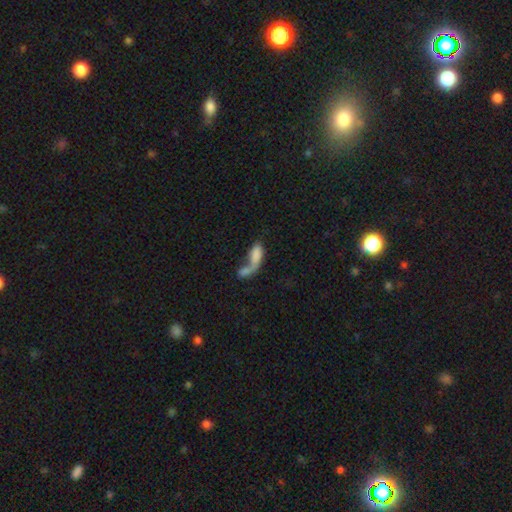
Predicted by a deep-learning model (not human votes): Smooth or featured?
  - smooth: 71% *
  - featured or disk: 21%
  - star or artifact: 8%
How rounded?
  - in between: 74% *
  - cigar-shaped: 20%
  - round: 6%
Merging?
  - merger: 60% *
  - none: 16%
  - major disturbance: 16%
  - minor disturbance: 8%